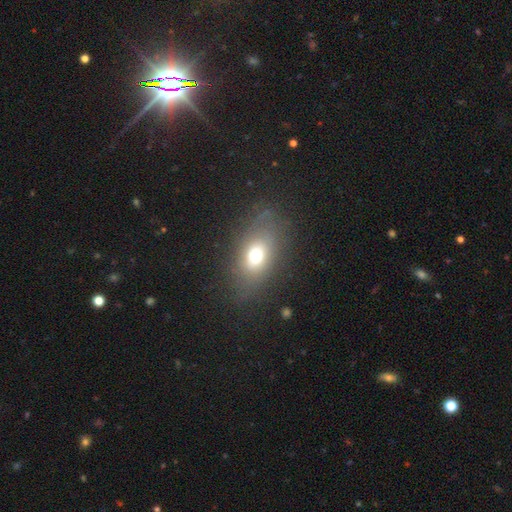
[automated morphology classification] Smooth or featured? Predicted: smooth (p=0.64). How rounded? Predicted: in between (p=0.77). Merging? Predicted: none (p=0.73).